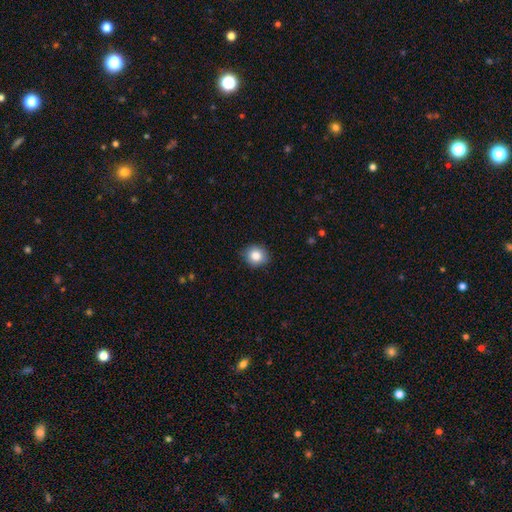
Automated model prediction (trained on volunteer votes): Q: Smooth or featured?
A: smooth (85%); runner-up: star or artifact (9%)
Q: How rounded?
A: round (77%); runner-up: in between (22%)
Q: Merging?
A: none (86%); runner-up: minor disturbance (11%)